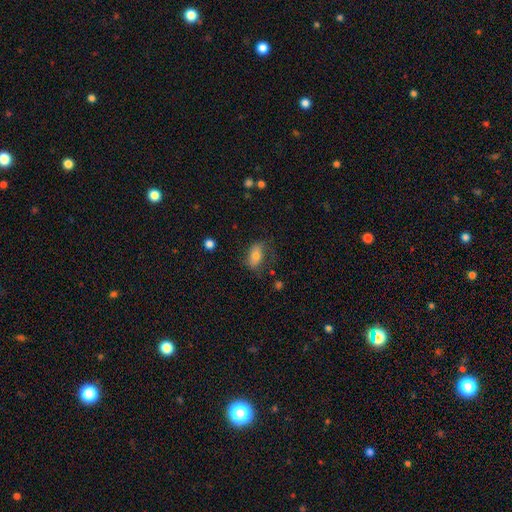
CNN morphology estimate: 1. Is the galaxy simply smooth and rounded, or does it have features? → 70% smooth, 22% featured or disk, 9% star or artifact.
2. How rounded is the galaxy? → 87% in between, 8% round, 4% cigar-shaped.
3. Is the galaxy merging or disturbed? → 61% none, 24% minor disturbance, 13% major disturbance, 2% merger.